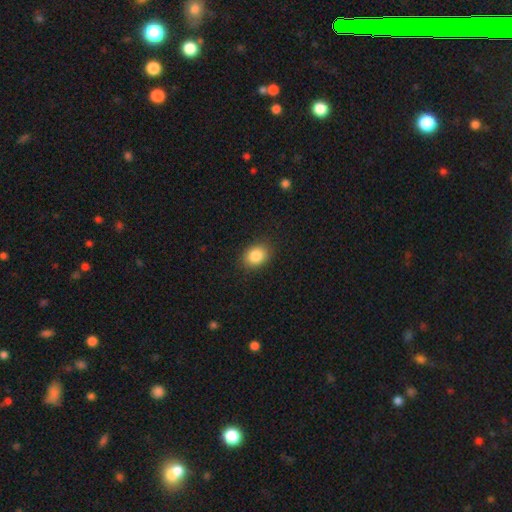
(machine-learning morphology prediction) Smooth or featured: smooth — 86% (star or artifact — 9%)
How rounded: in between — 62% (round — 37%)
Merging: none — 87% (minor disturbance — 9%)